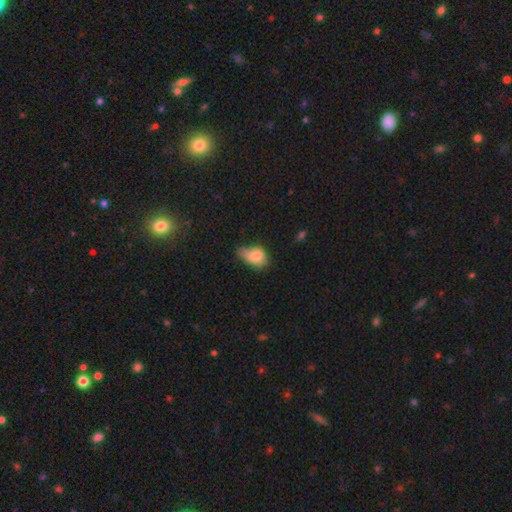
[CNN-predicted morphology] Smooth or featured?
  - smooth: 76% *
  - featured or disk: 14%
  - star or artifact: 10%
How rounded?
  - in between: 82% *
  - round: 16%
  - cigar-shaped: 2%
Merging?
  - minor disturbance: 42% *
  - none: 26%
  - major disturbance: 24%
  - merger: 9%